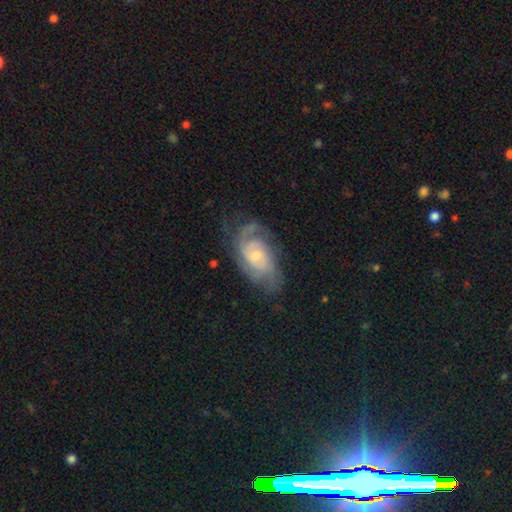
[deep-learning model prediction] Overall: featured or disk (85%). Edge-on disk: no (96%). Bar: no (66%; weak 29%). Spiral arms: yes (96%). Spiral arm count: 2 (38%; can't tell 26%). Spiral winding: tight (55%; medium 35%). Bulge size: small (54%; moderate 40%). Merging: none (68%).